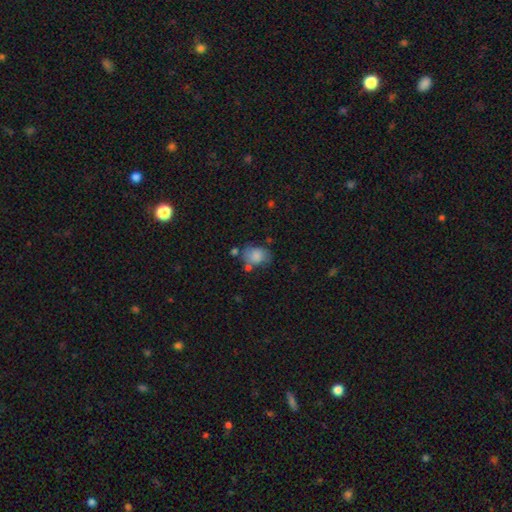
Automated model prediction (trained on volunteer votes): This is likely a smooth galaxy (77%). How rounded: possibly in between (57%). Merging: possibly none (53%).